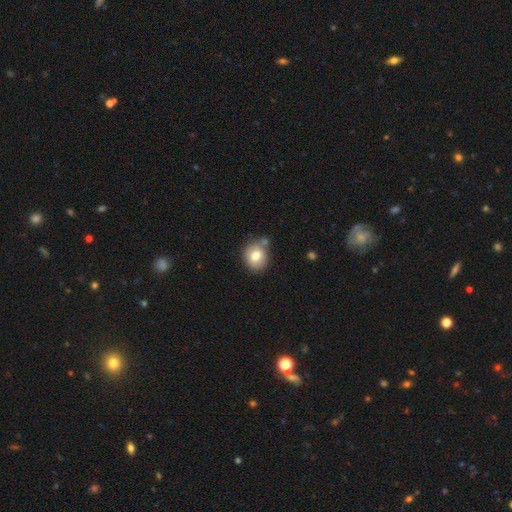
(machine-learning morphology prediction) Smooth or featured: smooth — 77% (featured or disk — 13%)
How rounded: round — 73% (in between — 26%)
Merging: none — 62% (minor disturbance — 18%)